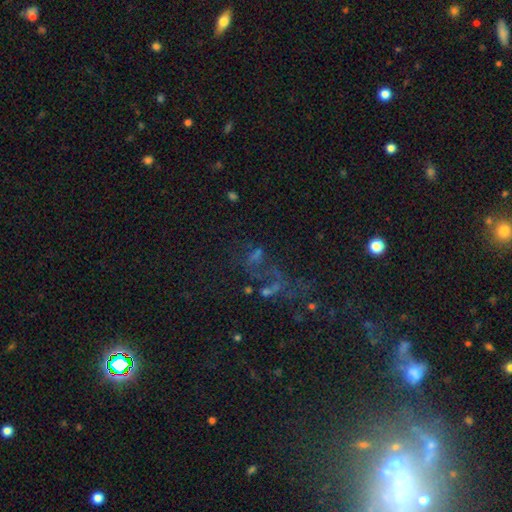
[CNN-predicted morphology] smooth_or_featured: star or artifact (p=0.44) [alt: featured or disk p=0.34]